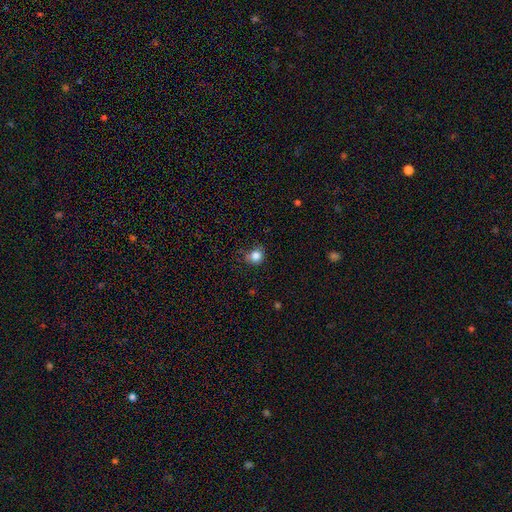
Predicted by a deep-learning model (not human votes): smooth 83%, star or artifact 11%, featured or disk 5%. Down the decision tree: how rounded — round (78%); merging — none (66%).